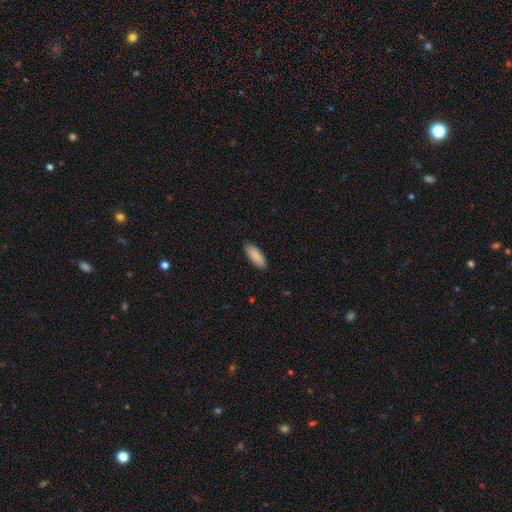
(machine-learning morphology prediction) Q: Smooth or featured?
A: smooth (89%); runner-up: star or artifact (5%)
Q: How rounded?
A: in between (73%); runner-up: cigar-shaped (25%)
Q: Merging?
A: none (88%); runner-up: minor disturbance (9%)